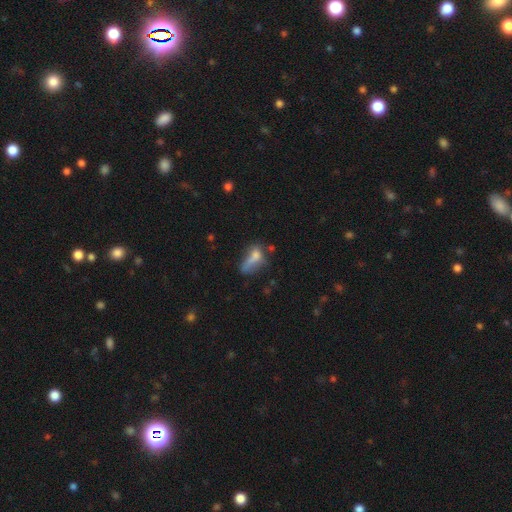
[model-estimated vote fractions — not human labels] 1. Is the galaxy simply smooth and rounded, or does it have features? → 63% smooth, 24% featured or disk, 13% star or artifact.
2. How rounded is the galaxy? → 70% in between, 19% cigar-shaped, 11% round.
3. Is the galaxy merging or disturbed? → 35% major disturbance, 25% none, 22% minor disturbance, 17% merger.